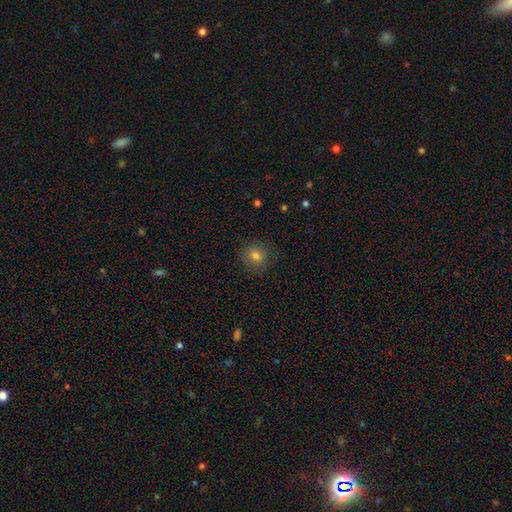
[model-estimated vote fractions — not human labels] A smooth galaxy with no disk features (80%) that is round (81%). Merging: none (86%).